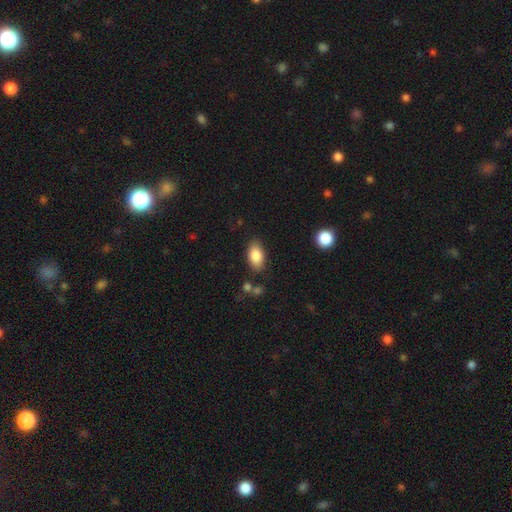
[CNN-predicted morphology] type=smooth (84%); roundness=in between (92%); merging=none (82%).